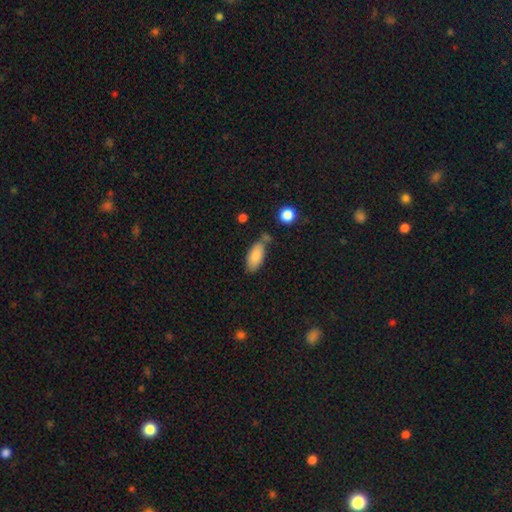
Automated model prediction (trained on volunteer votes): A smooth galaxy with no disk features (84%) that is in between round and cigar-shaped (90%).

Vote fractions:
- Smooth or featured? smooth: 84% / featured or disk: 9% / star or artifact: 7%
- How rounded? in between: 90% / cigar-shaped: 8% / round: 2%
- Merging? none: 62% / minor disturbance: 21% / merger: 12% / major disturbance: 5%